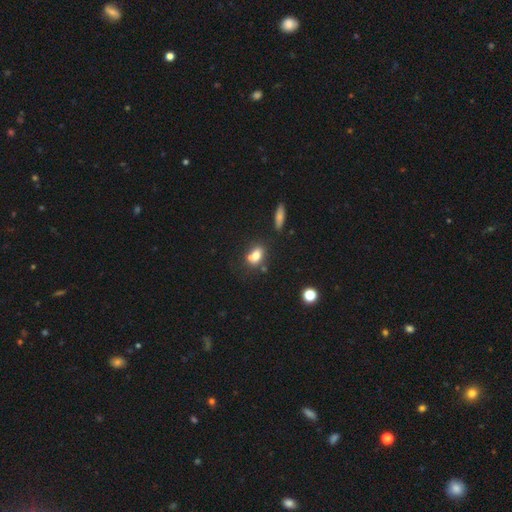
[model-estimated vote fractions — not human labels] smooth 71%, featured or disk 17%, star or artifact 12%. Down the decision tree: how rounded — in between (64%); merging — none (43%).